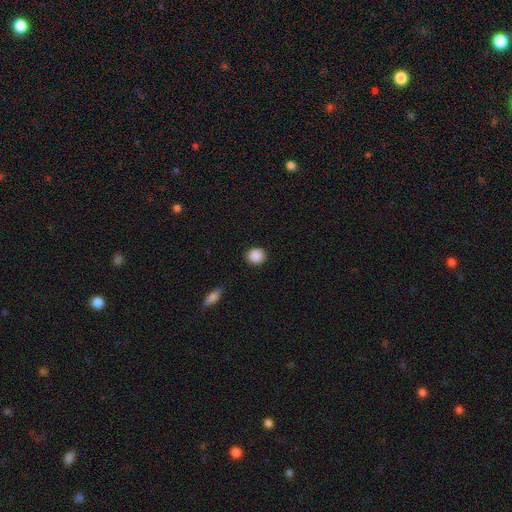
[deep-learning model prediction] Overall: smooth (89%). How rounded: round (77%). Merging: none (89%).